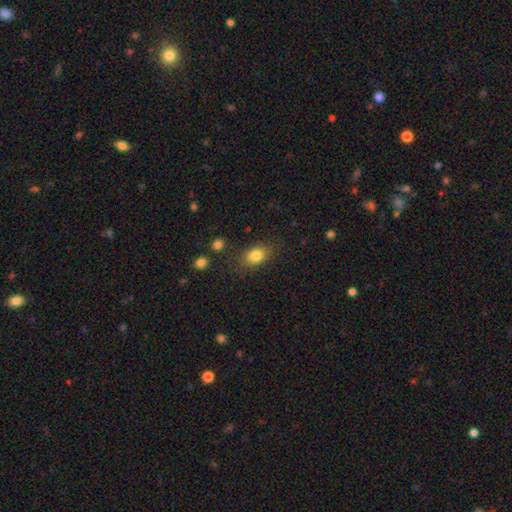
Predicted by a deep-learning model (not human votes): smooth 81%, featured or disk 10%, star or artifact 9%. Down the decision tree: how rounded — in between (77%); merging — none (77%).